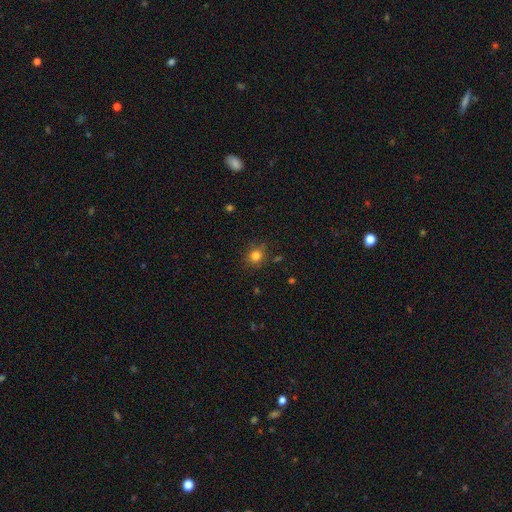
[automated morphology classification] Smooth or featured? Predicted: smooth (p=0.81). How rounded? Predicted: round (p=0.85). Merging? Predicted: none (p=0.81).